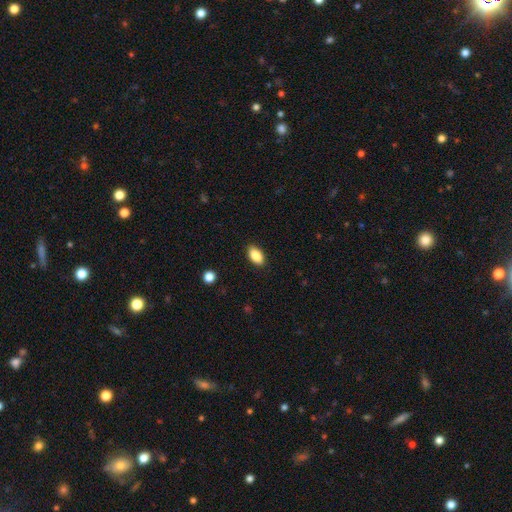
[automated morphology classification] Overall: smooth (87%). How rounded: in between (92%). Merging: none (89%).